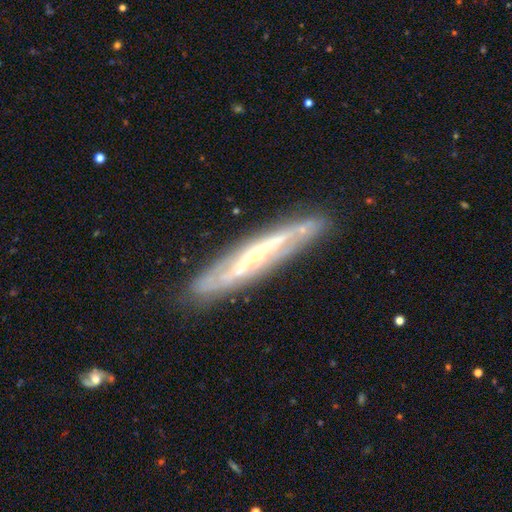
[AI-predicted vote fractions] This is likely a featured or disk galaxy (75%). It is likely viewed edge-on (68%). Edge-on bulge: possibly none (56%). Merging: clearly none (80%).